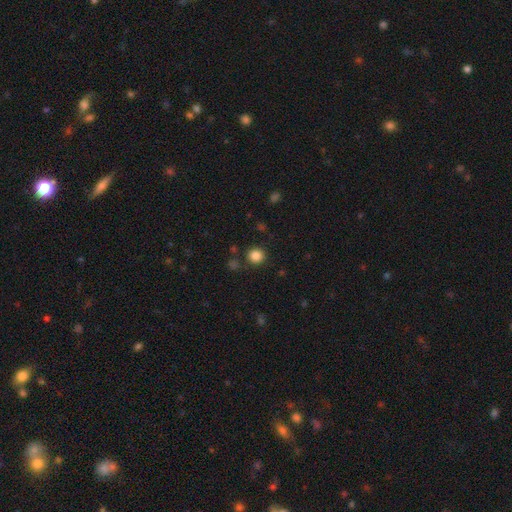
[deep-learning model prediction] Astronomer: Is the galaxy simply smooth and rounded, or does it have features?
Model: smooth — 85%.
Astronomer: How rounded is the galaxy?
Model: round — 91%.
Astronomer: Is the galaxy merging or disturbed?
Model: none — 88%.